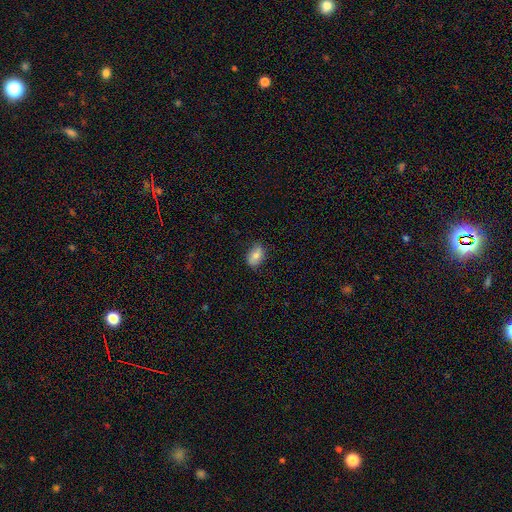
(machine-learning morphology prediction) Smooth or featured? smooth (76%)
How rounded? in between (87%)
Merging? none (77%)